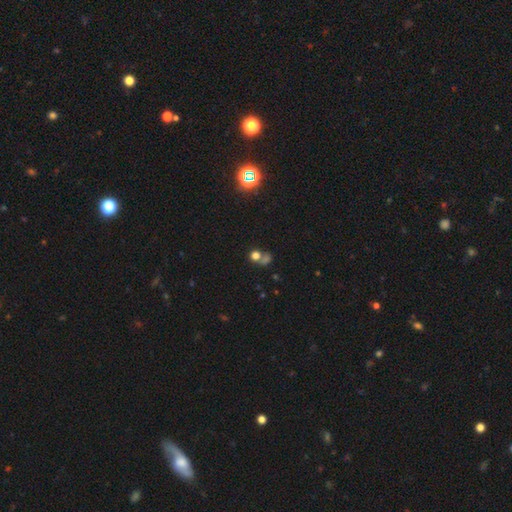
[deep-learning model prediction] Smooth or featured? smooth (67%)
How rounded? round (78%)
Merging? none (43%)